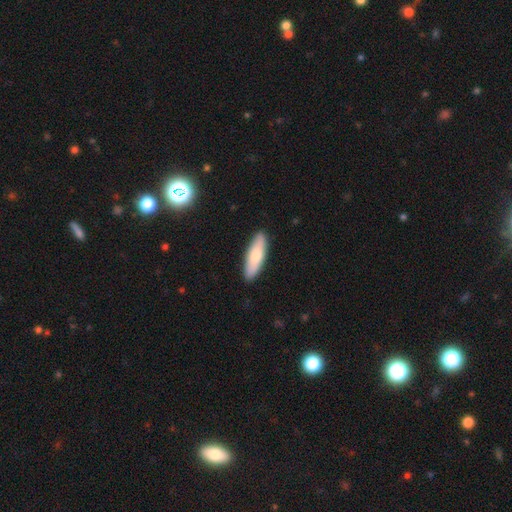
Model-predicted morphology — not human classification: This appears to be a smooth galaxy with no disk features (73%) that is cigar-shaped (52%). Merging: none (90%).